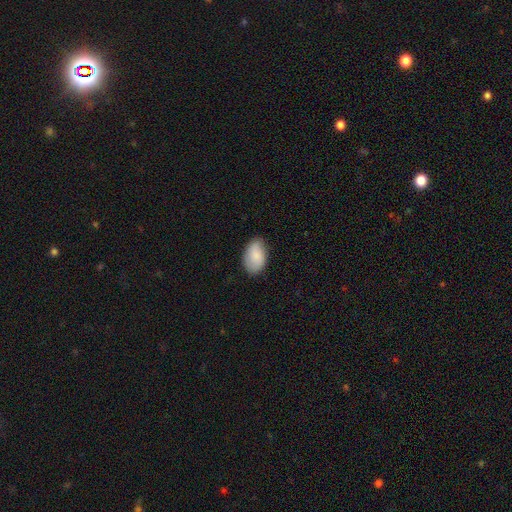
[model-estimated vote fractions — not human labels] Smooth or featured: smooth — 80% (featured or disk — 13%)
How rounded: in between — 92% (round — 6%)
Merging: none — 78% (minor disturbance — 18%)